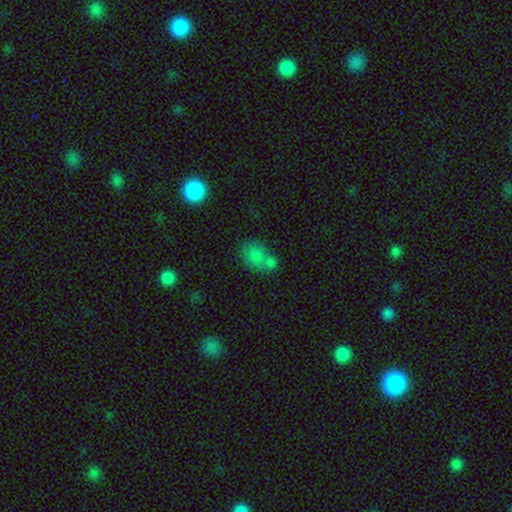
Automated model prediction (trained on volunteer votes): The model was most divided on "merging": merger: 45%, none: 35%, minor disturbance: 13%, major disturbance: 7%. More confident: smooth or featured — smooth (77%); how rounded — in between (56%).